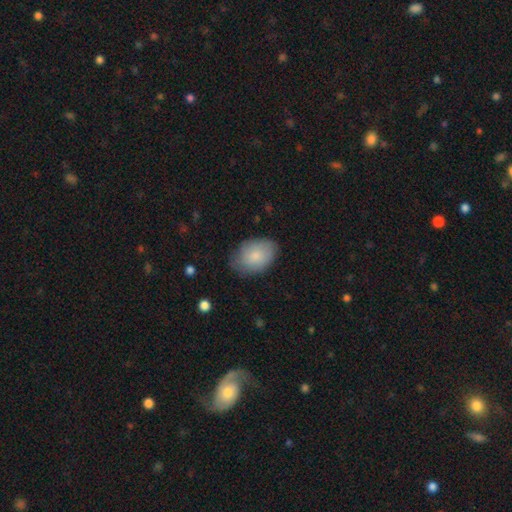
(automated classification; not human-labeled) This appears to be a smooth galaxy with no disk features (81%) that is in between round and cigar-shaped (83%). Merging: none (70%).